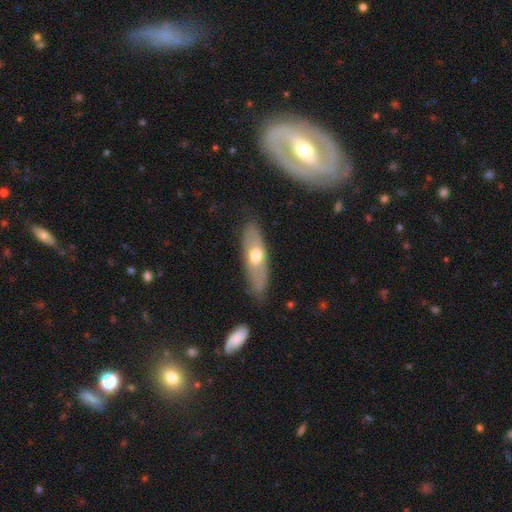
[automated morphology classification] smooth_or_featured: smooth (p=0.51) [alt: featured or disk p=0.43]
how_rounded: in between (p=0.52) [alt: cigar-shaped p=0.45]
merging: none (p=0.80) [alt: minor disturbance p=0.14]